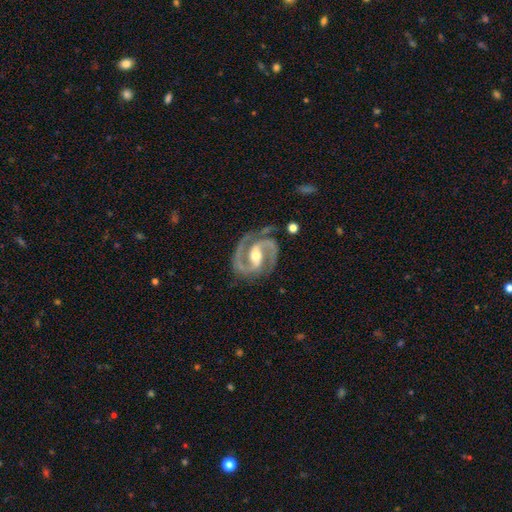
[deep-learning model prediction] Q: Smooth or featured?
A: featured or disk (94%); runner-up: star or artifact (4%)
Q: Edge-on disk?
A: no (98%); runner-up: yes (2%)
Q: Bar?
A: strong (48%); runner-up: weak (36%)
Q: Spiral arms?
A: yes (98%); runner-up: no (2%)
Q: Spiral winding?
A: medium (60%); runner-up: tight (32%)
Q: Spiral arm count?
A: 2 (94%); runner-up: 3 (2%)
Q: Bulge size?
A: moderate (71%); runner-up: small (21%)
Q: Merging?
A: none (79%); runner-up: minor disturbance (14%)